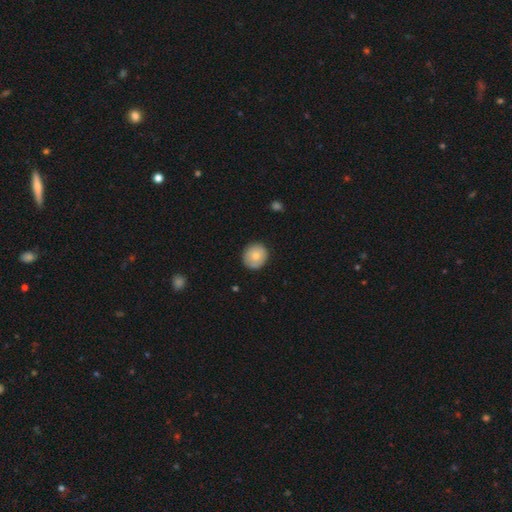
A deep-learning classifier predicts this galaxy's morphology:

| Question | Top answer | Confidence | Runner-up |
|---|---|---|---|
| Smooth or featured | smooth | 79% | featured or disk (14%) |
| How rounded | round | 89% | in between (10%) |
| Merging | none | 86% | minor disturbance (11%) |